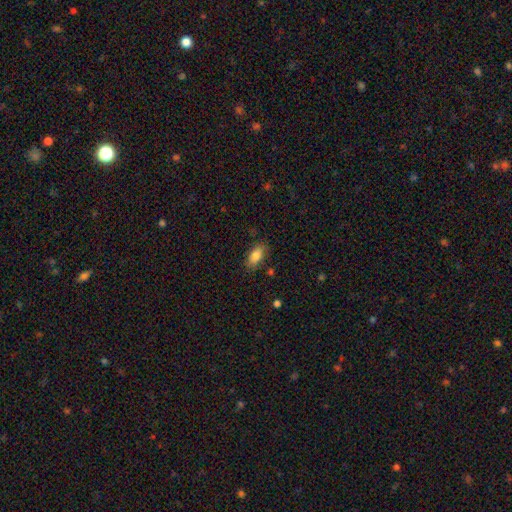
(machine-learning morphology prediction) A smooth galaxy with no disk features (82%) that is in between round and cigar-shaped (88%).

Vote fractions:
- Smooth or featured? smooth: 82% / featured or disk: 10% / star or artifact: 8%
- How rounded? in between: 88% / cigar-shaped: 8% / round: 4%
- Merging? none: 82% / minor disturbance: 13% / major disturbance: 3% / merger: 2%